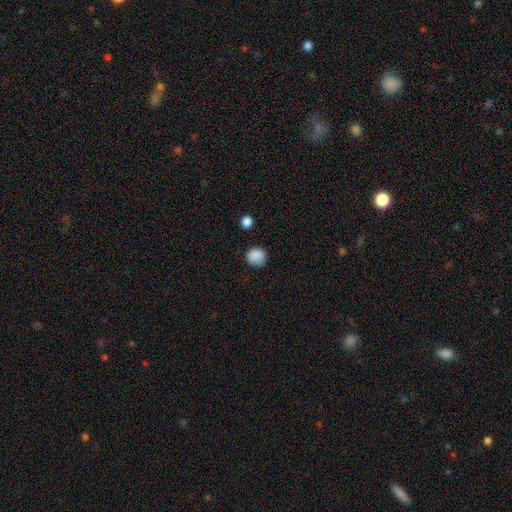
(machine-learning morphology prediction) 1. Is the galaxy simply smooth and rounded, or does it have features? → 88% smooth, 9% star or artifact, 3% featured or disk.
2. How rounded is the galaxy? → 86% round, 13% in between, 1% cigar-shaped.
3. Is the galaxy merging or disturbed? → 83% none, 12% minor disturbance, 3% major disturbance, 2% merger.